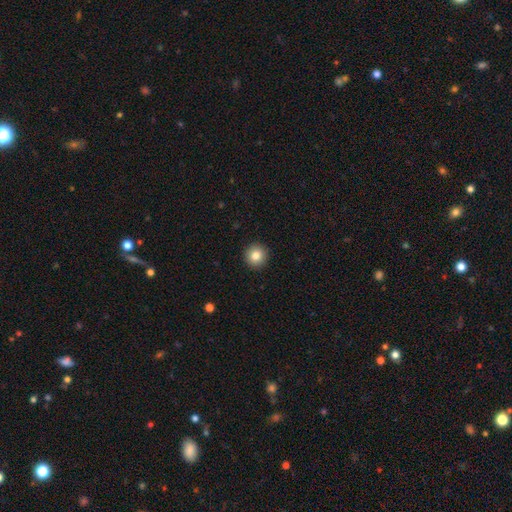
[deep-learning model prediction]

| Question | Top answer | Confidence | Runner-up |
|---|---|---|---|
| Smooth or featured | smooth | 83% | star or artifact (10%) |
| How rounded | round | 95% | in between (4%) |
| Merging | none | 93% | minor disturbance (4%) |